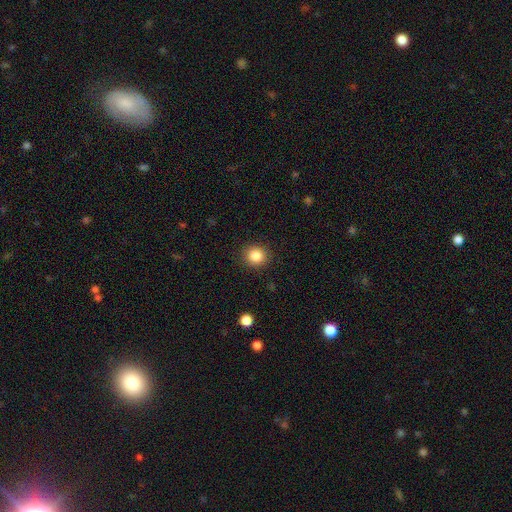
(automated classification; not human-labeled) Q: Smooth or featured?
A: smooth (85%); runner-up: star or artifact (10%)
Q: How rounded?
A: round (88%); runner-up: in between (11%)
Q: Merging?
A: none (90%); runner-up: minor disturbance (6%)